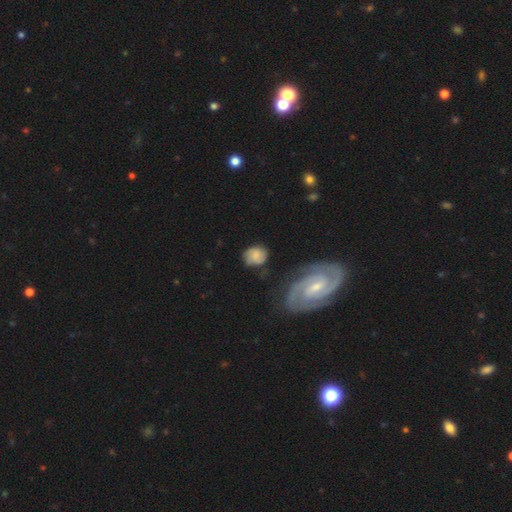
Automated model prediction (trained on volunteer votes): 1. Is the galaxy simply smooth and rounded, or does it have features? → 59% smooth, 32% featured or disk, 8% star or artifact.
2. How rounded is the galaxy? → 64% round, 35% in between, 1% cigar-shaped.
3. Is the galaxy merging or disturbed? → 67% none, 21% minor disturbance, 7% major disturbance, 5% merger.